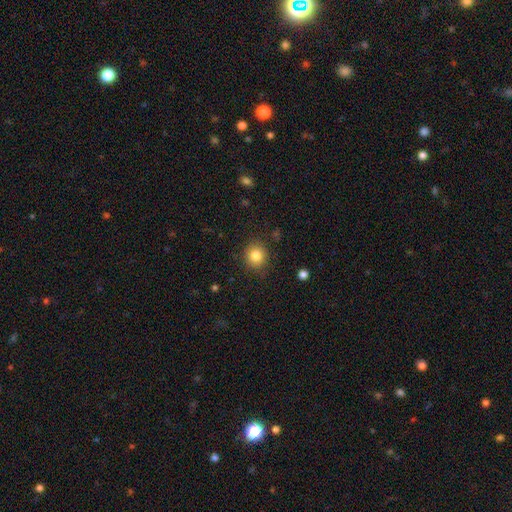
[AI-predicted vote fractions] Smooth or featured: smooth — 83% (star or artifact — 11%)
How rounded: round — 88% (in between — 11%)
Merging: none — 88% (minor disturbance — 8%)